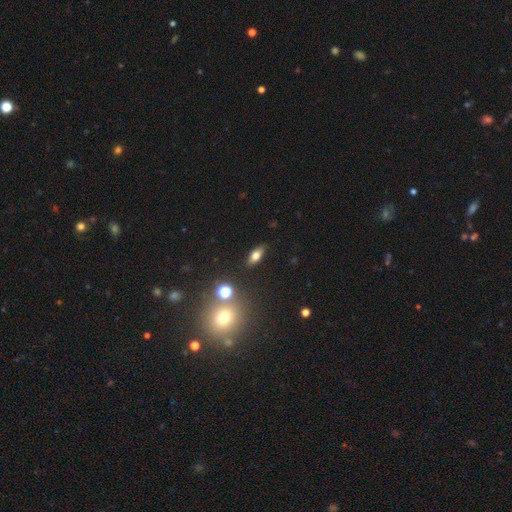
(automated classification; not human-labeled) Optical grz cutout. It shows a smooth galaxy with no disk features (62%) that is in between round and cigar-shaped (72%). Merging: none (86%).